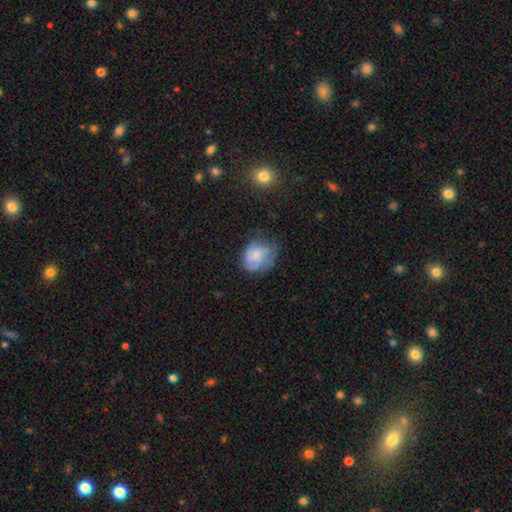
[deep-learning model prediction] Overall: smooth (54%; featured or disk 38%). How rounded: in between (50%; round 49%). Merging: none (47%; minor disturbance 32%).